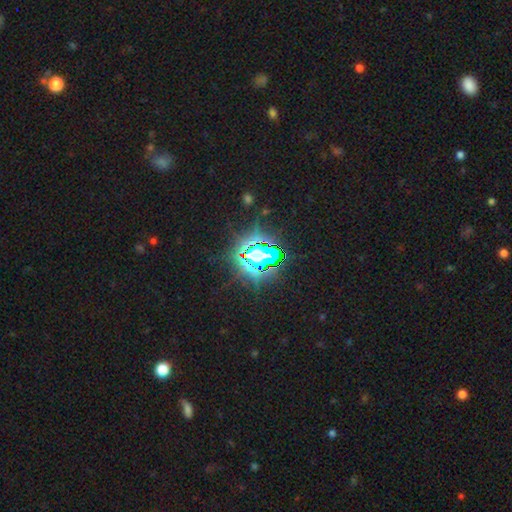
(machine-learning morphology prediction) Smooth or featured? Predicted: star or artifact (p=0.75).